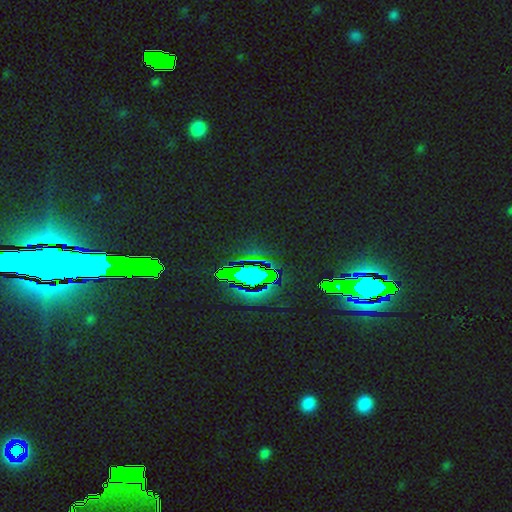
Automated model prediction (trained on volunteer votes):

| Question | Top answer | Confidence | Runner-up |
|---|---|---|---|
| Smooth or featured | star or artifact | 85% | featured or disk (8%) |